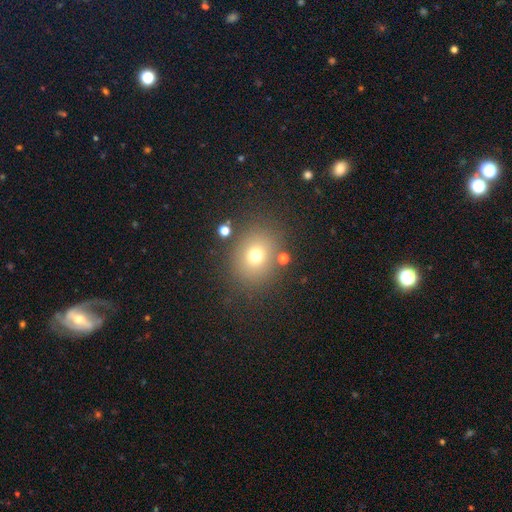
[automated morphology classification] Q: Smooth or featured?
A: smooth (69%); runner-up: star or artifact (18%)
Q: How rounded?
A: round (69%); runner-up: in between (30%)
Q: Merging?
A: none (80%); runner-up: minor disturbance (10%)